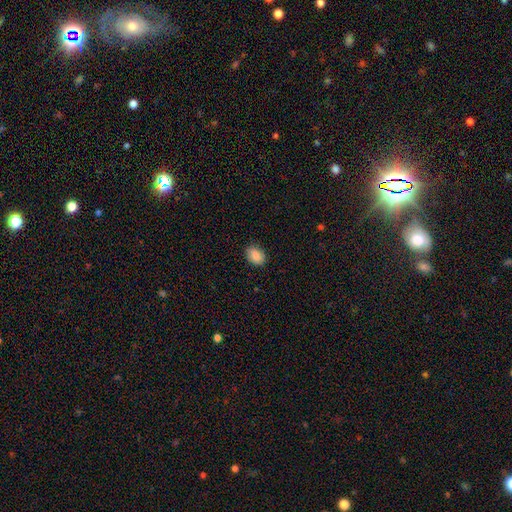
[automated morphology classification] Smooth or featured? Predicted: smooth (p=0.89). How rounded? Predicted: in between (p=0.77). Merging? Predicted: none (p=0.86).